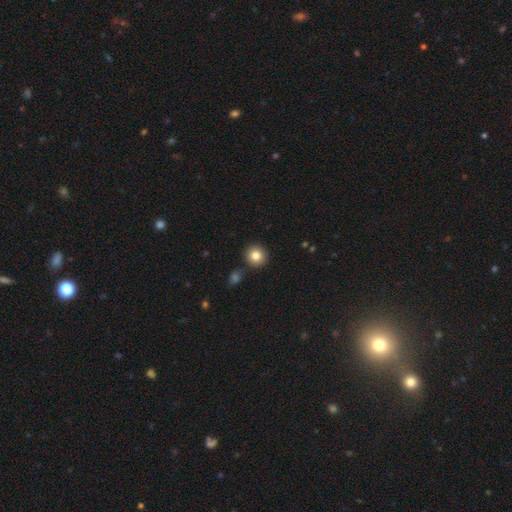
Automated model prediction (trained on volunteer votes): A smooth galaxy with no disk features (83%) that is round (92%). Merging: none (87%).